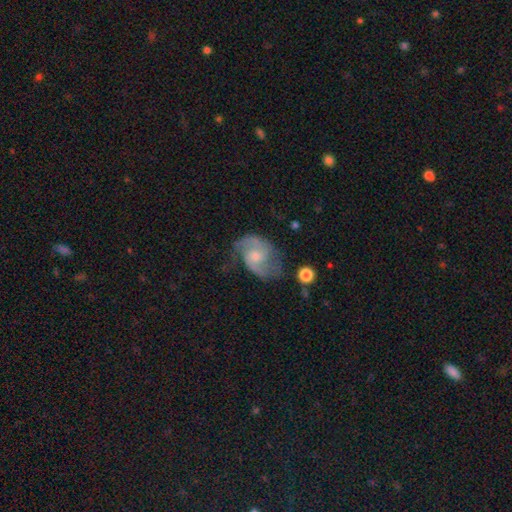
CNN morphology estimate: Smooth or featured? Predicted: featured or disk (p=0.82). Edge-on disk? Predicted: no (p=0.98). Bar? Predicted: no (p=0.58). Spiral arms? Predicted: yes (p=0.95). Spiral winding? Predicted: medium (p=0.52). Spiral arm count? Predicted: 2 (p=0.87). Bulge size? Predicted: moderate (p=0.48). Merging? Predicted: none (p=0.59).